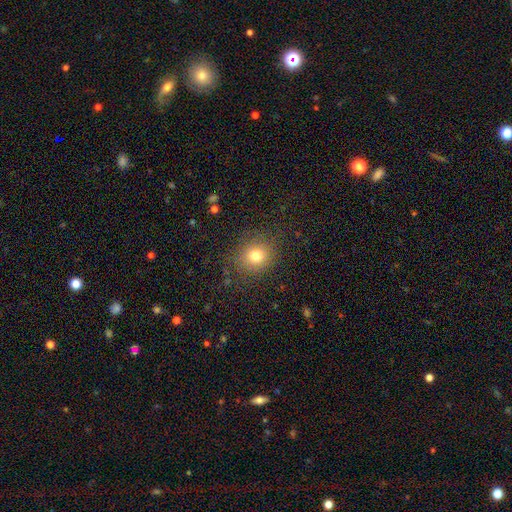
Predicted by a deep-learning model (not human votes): Smooth or featured?
  - smooth: 76% *
  - star or artifact: 15%
  - featured or disk: 9%
How rounded?
  - round: 82% *
  - in between: 17%
  - cigar-shaped: 1%
Merging?
  - none: 84% *
  - minor disturbance: 10%
  - major disturbance: 5%
  - merger: 1%